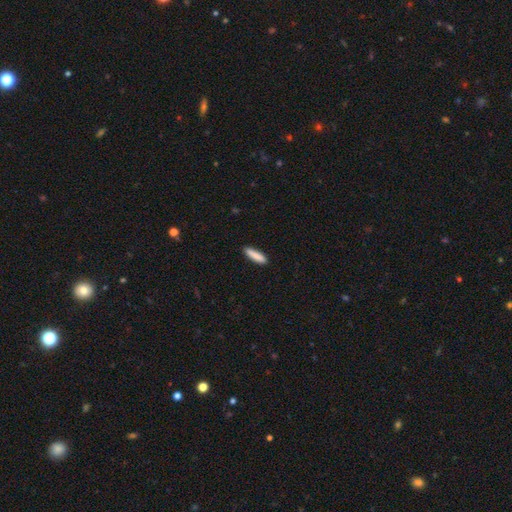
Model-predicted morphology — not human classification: smooth-or-featured: smooth: 88% | featured or disk: 6% | star or artifact: 6%
  how-rounded: cigar-shaped: 76% | in between: 23% | round: 1%
  merging: none: 89% | minor disturbance: 9% | major disturbance: 2% | merger: 1%